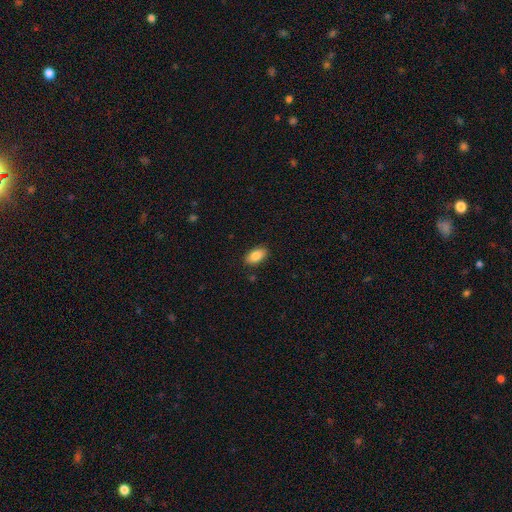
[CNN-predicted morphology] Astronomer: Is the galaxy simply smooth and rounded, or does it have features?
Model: smooth — 86%.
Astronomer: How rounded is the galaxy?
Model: in between — 92%.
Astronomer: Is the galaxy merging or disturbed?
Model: none — 87%.